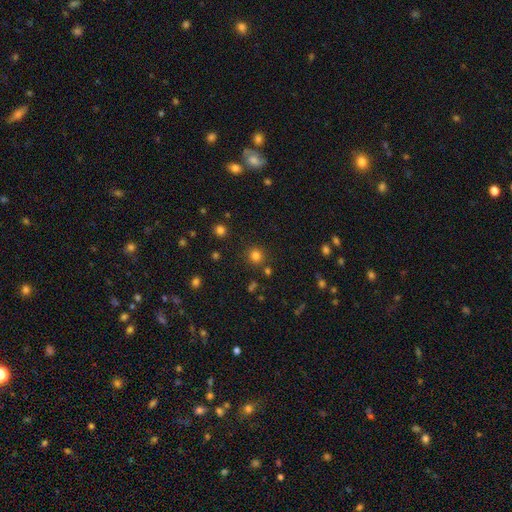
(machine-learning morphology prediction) Smooth or featured? smooth (79%)
How rounded? round (92%)
Merging? none (84%)